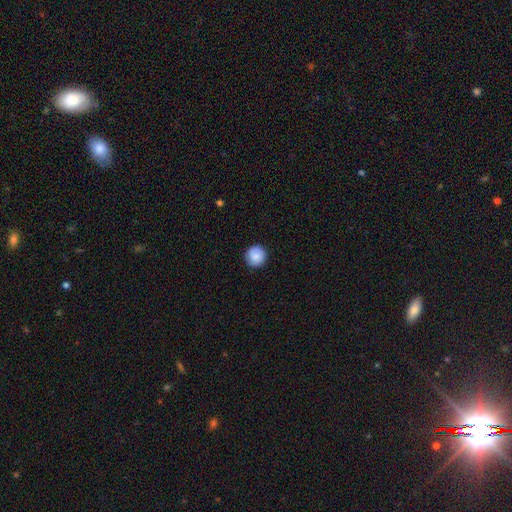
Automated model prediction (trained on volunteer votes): Smooth or featured: smooth — 82% (featured or disk — 11%)
How rounded: round — 95% (in between — 4%)
Merging: none — 89% (minor disturbance — 8%)